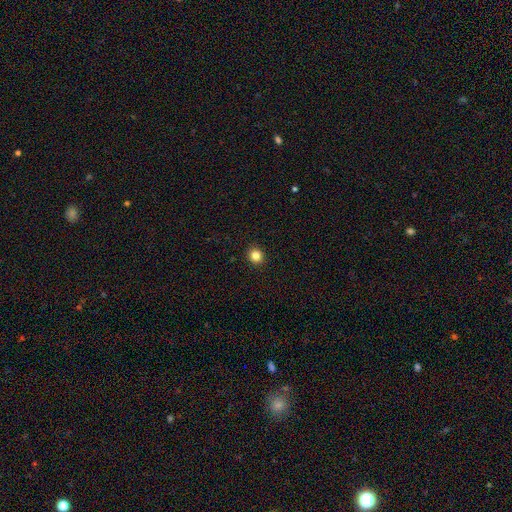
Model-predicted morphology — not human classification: type=smooth (84%); roundness=round (86%); merging=none (93%).